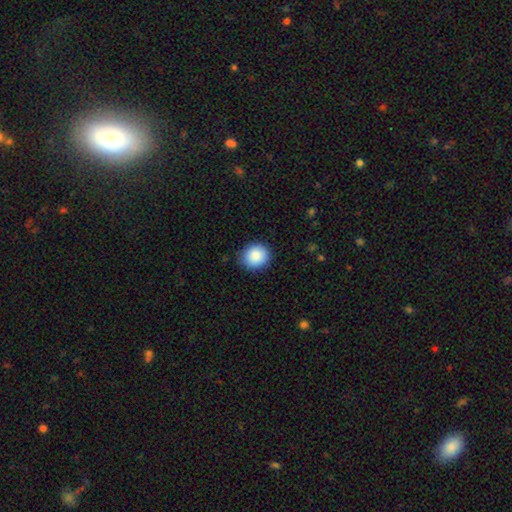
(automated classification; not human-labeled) Overall: smooth (88%). How rounded: round (80%). Merging: none (86%).